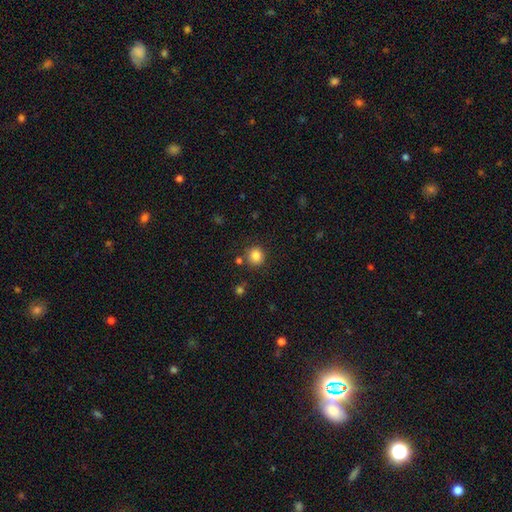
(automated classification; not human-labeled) smooth 85%, star or artifact 11%, featured or disk 4%. Down the decision tree: how rounded — round (89%); merging — none (83%).